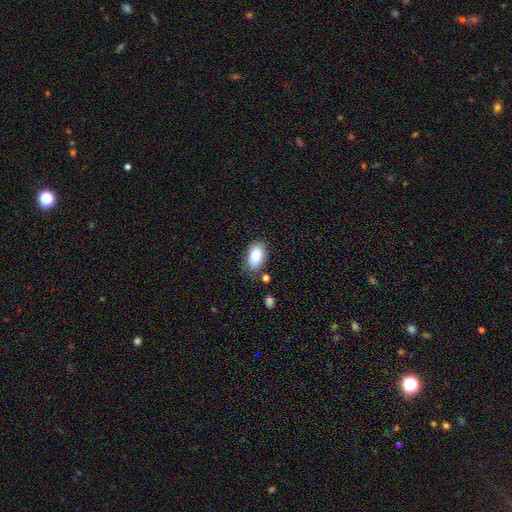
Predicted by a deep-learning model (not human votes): Q: Smooth or featured?
A: smooth (88%); runner-up: star or artifact (7%)
Q: How rounded?
A: in between (93%); runner-up: round (5%)
Q: Merging?
A: none (71%); runner-up: minor disturbance (19%)